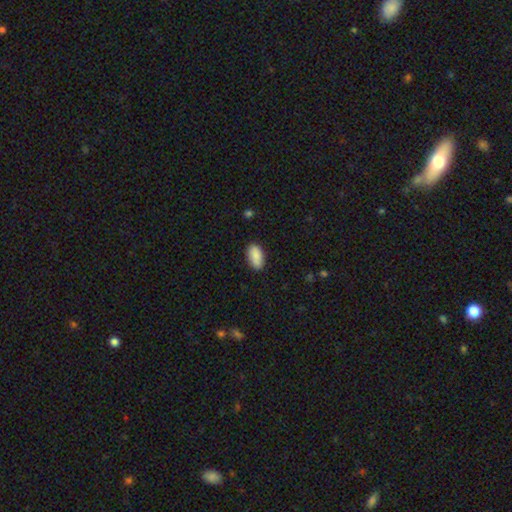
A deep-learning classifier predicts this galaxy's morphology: smooth 88%, star or artifact 6%, featured or disk 5%. Down the decision tree: how rounded — in between (93%); merging — none (85%).